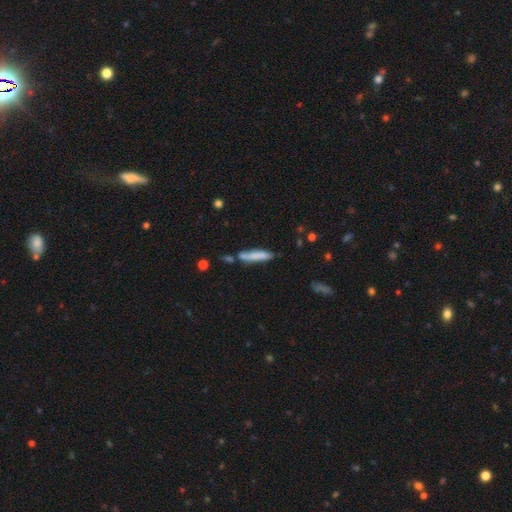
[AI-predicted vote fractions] Q: Smooth or featured?
A: smooth (72%); runner-up: featured or disk (22%)
Q: How rounded?
A: cigar-shaped (86%); runner-up: in between (12%)
Q: Merging?
A: none (61%); runner-up: minor disturbance (21%)